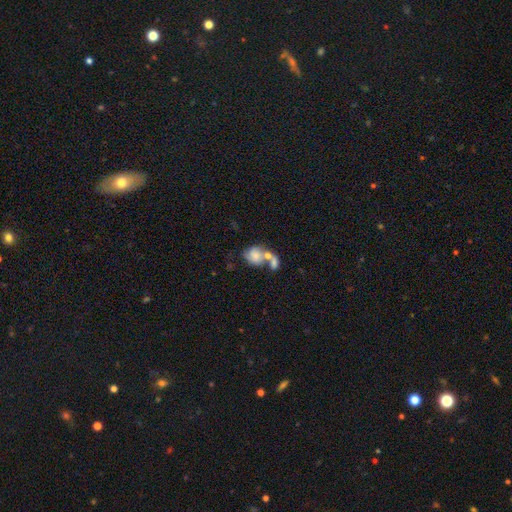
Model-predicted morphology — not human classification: smooth-or-featured: smooth: 57% | featured or disk: 34% | star or artifact: 9%
  how-rounded: in between: 58% | round: 40% | cigar-shaped: 2%
  merging: merger: 62% | none: 18% | minor disturbance: 10% | major disturbance: 10%